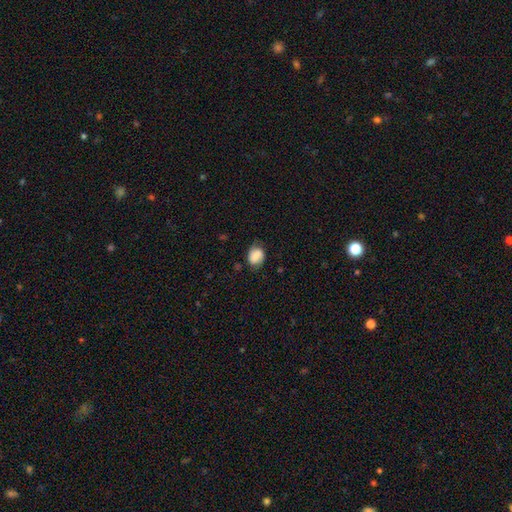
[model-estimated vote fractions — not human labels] Smooth or featured?
  - smooth: 76% *
  - featured or disk: 15%
  - star or artifact: 9%
How rounded?
  - in between: 60% *
  - round: 39%
  - cigar-shaped: 1%
Merging?
  - none: 62% *
  - minor disturbance: 28%
  - major disturbance: 8%
  - merger: 2%